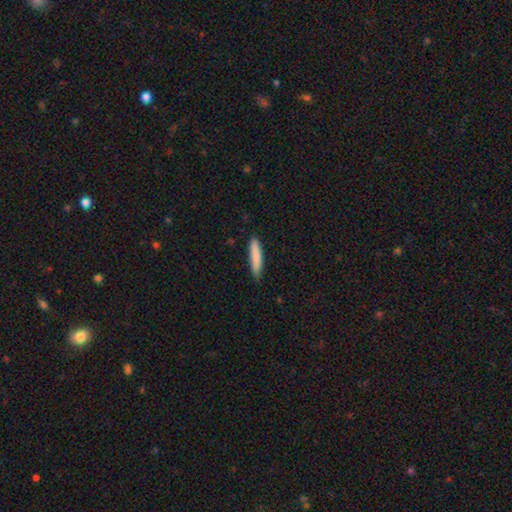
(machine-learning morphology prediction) Smooth or featured: smooth — 84% (featured or disk — 10%)
How rounded: cigar-shaped — 88% (in between — 11%)
Merging: none — 84% (minor disturbance — 13%)